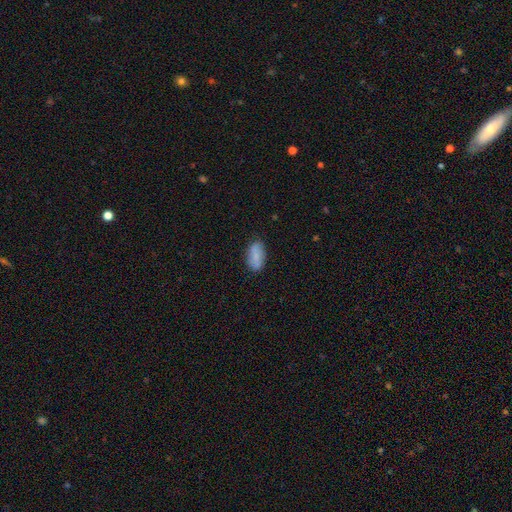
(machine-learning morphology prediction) smooth 80%, featured or disk 13%, star or artifact 7%. Down the decision tree: how rounded — in between (90%); merging — none (81%).